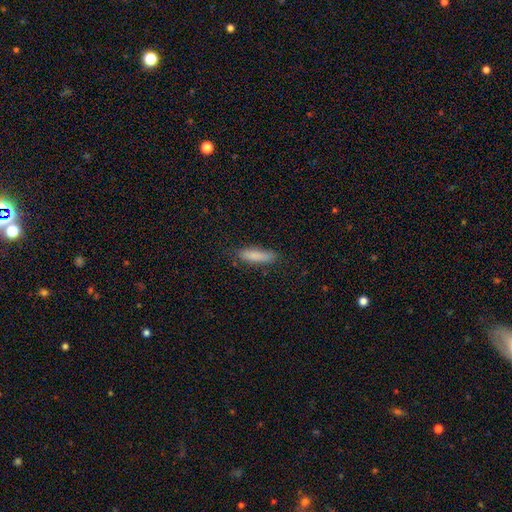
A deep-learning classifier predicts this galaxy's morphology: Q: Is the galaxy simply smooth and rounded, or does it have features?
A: smooth — 84%.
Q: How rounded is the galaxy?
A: cigar-shaped — 66%.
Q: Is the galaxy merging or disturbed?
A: none — 79%.